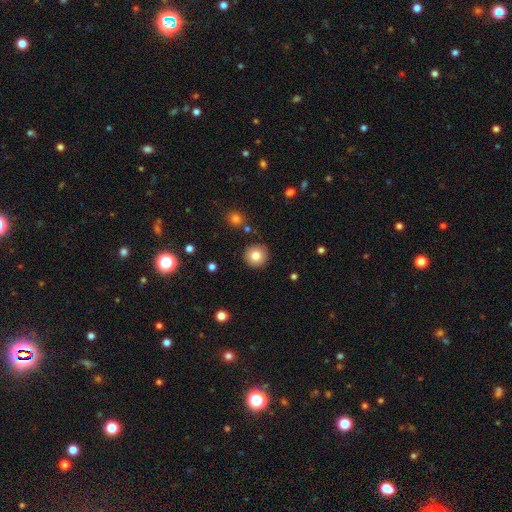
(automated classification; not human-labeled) Overall: smooth (81%). How rounded: round (95%). Merging: none (90%).